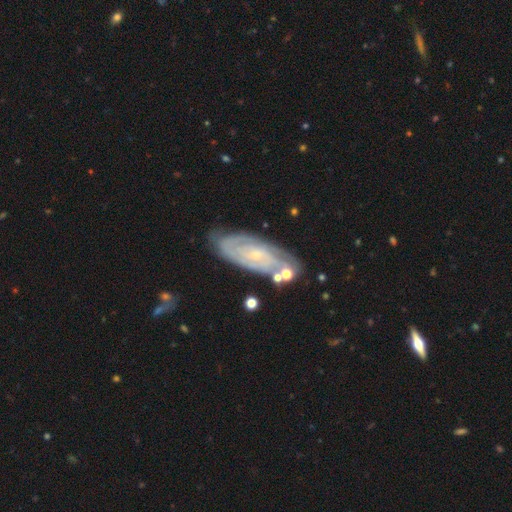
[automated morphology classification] This appears to be a featured or disk galaxy (80%) with no bar (70%), tight (73%) spiral arms (93%) and a small central bulge (81%). Merging: none (74%).